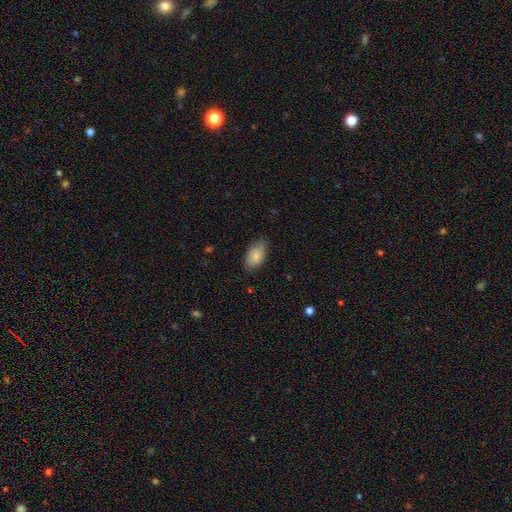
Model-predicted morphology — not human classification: This appears to be a smooth galaxy with no disk features (81%) that is in between round and cigar-shaped (93%). Merging: none (71%).